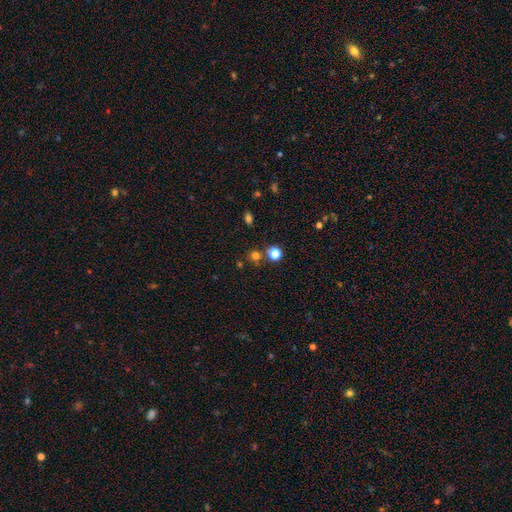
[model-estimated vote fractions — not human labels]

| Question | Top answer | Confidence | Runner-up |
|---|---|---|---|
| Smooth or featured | smooth | 71% | star or artifact (23%) |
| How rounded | round | 90% | in between (9%) |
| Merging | none | 73% | merger (15%) |